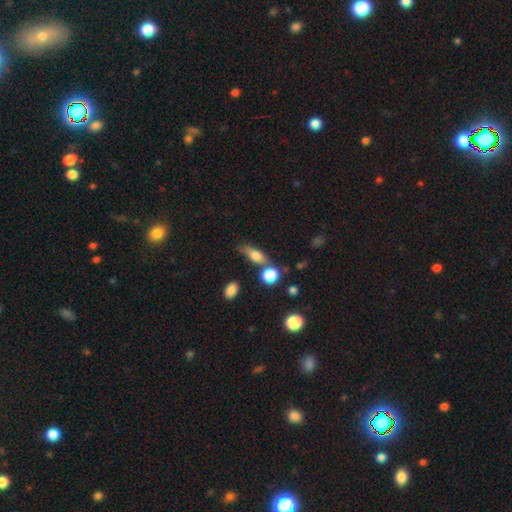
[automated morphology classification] Smooth or featured: smooth — 74% (featured or disk — 17%)
How rounded: in between — 63% (cigar-shaped — 25%)
Merging: none — 55% (minor disturbance — 19%)